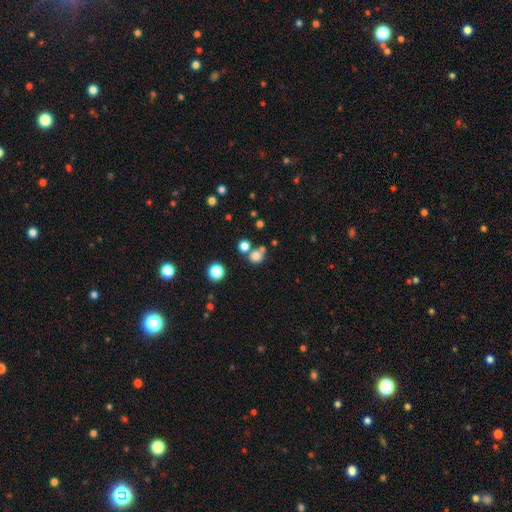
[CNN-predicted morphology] Overall: smooth (77%). How rounded: round (86%). Merging: none (63%; merger 24%).